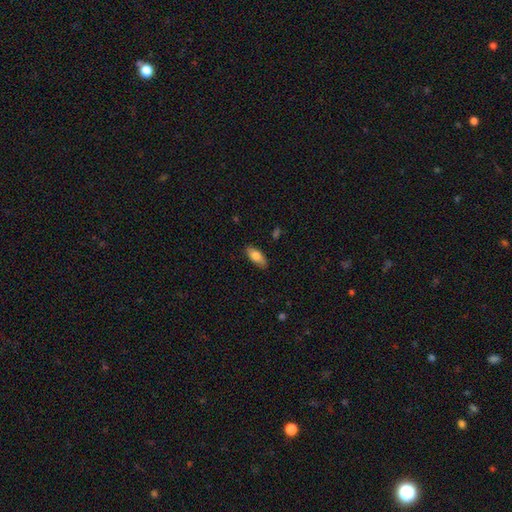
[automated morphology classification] smooth 78%, featured or disk 15%, star or artifact 6%. Down the decision tree: how rounded — in between (84%); merging — none (84%).